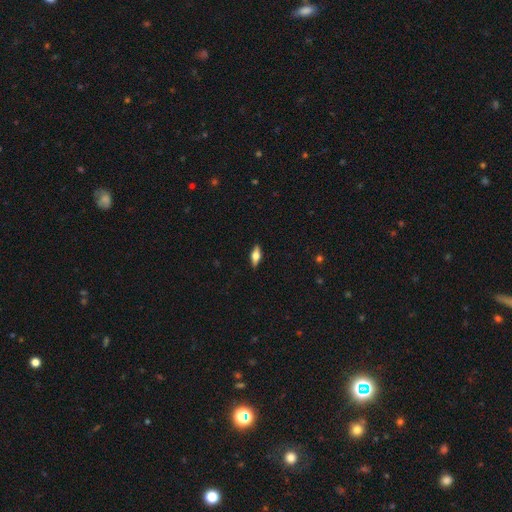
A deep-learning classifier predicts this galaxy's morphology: Smooth or featured? smooth (54%)
How rounded? in between (69%)
Merging? none (89%)